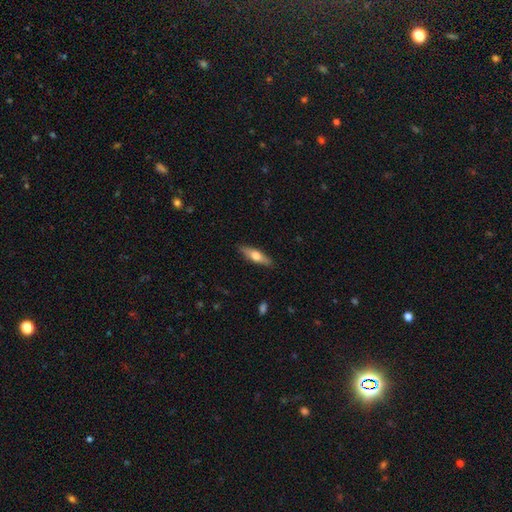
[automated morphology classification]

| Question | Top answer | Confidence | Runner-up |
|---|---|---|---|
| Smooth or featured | smooth | 53% | featured or disk (41%) |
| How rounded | cigar-shaped | 61% | in between (37%) |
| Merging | none | 87% | minor disturbance (10%) |